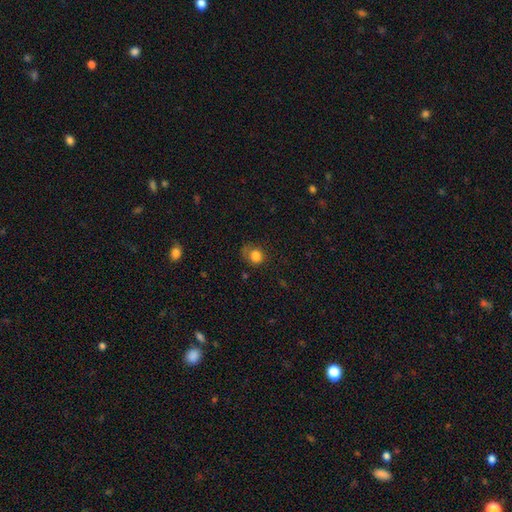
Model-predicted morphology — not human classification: Smooth or featured: smooth — 82% (star or artifact — 10%)
How rounded: round — 76% (in between — 23%)
Merging: none — 57% (minor disturbance — 26%)